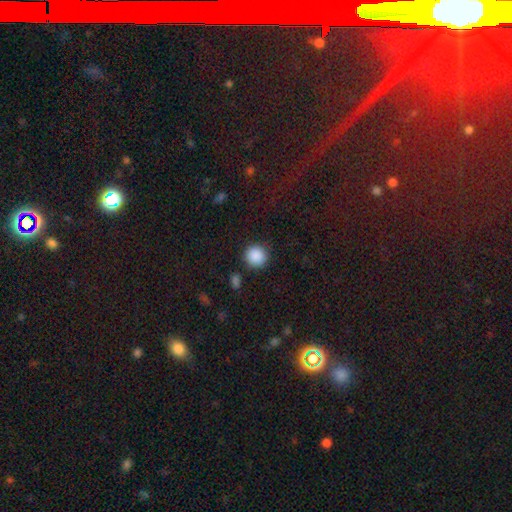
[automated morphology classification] Overall: smooth (89%). How rounded: round (93%). Merging: none (88%).